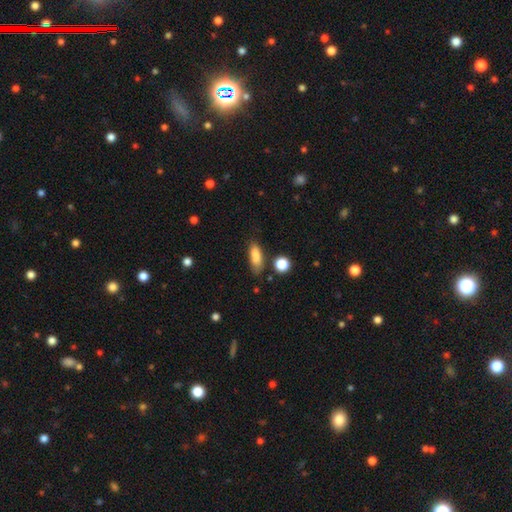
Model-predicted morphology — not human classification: type=smooth (84%); roundness=in between (67%); merging=none (66%).